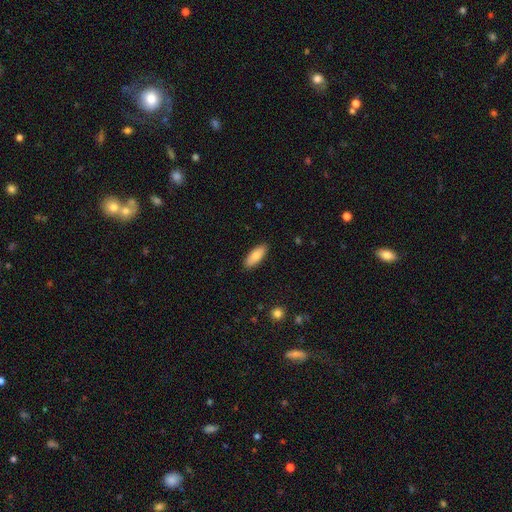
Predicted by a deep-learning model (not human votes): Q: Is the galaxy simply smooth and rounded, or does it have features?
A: smooth — 85%.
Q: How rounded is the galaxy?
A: in between — 75%.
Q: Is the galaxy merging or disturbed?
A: none — 89%.